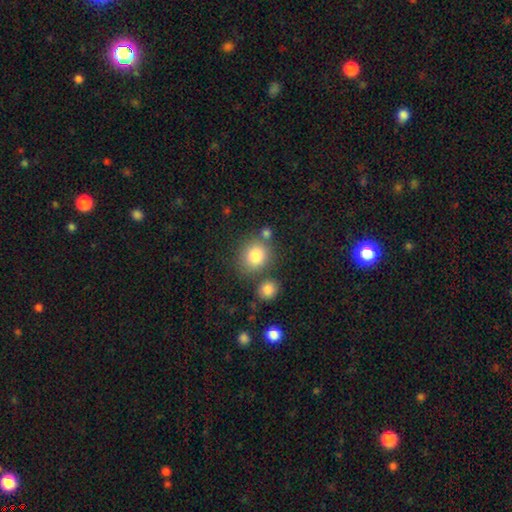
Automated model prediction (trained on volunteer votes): smooth 83%, star or artifact 10%, featured or disk 7%. Down the decision tree: how rounded — round (78%); merging — none (68%).